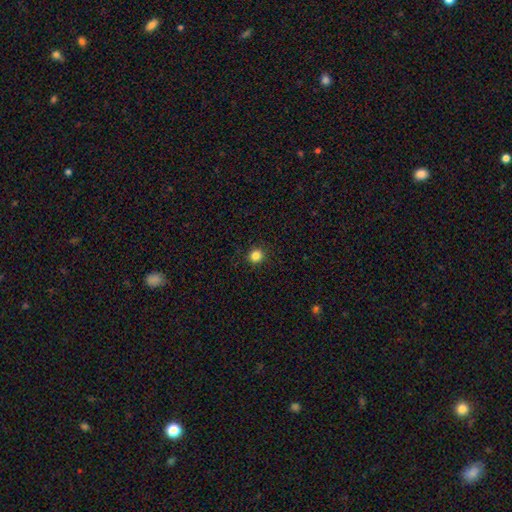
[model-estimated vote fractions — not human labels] smooth_or_featured: smooth (p=0.84) [alt: star or artifact p=0.12]
how_rounded: round (p=0.92) [alt: in between p=0.07]
merging: none (p=0.92) [alt: minor disturbance p=0.05]